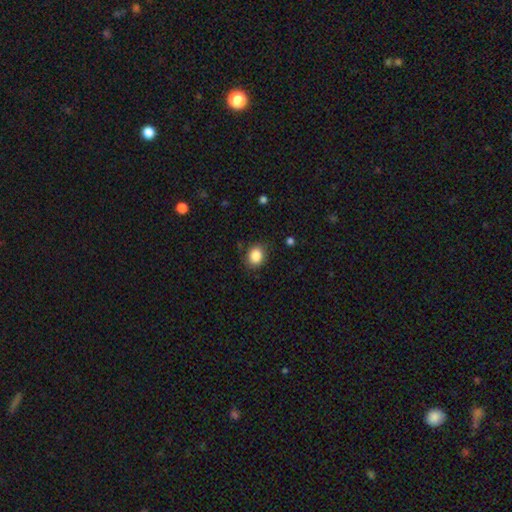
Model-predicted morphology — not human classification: This is clearly a smooth galaxy (86%). How rounded: possibly round (59%). Merging: clearly none (83%).